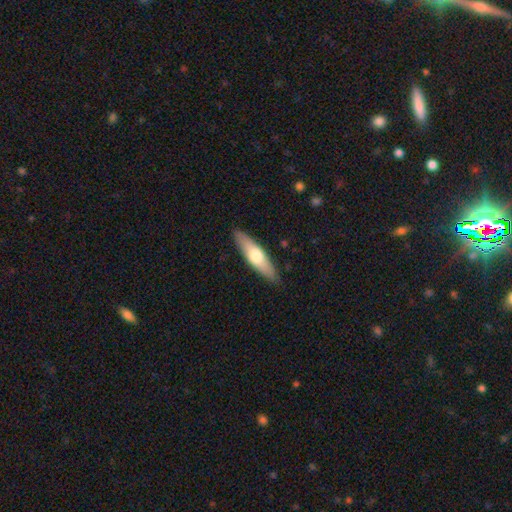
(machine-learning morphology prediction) smooth-or-featured: smooth: 57% | featured or disk: 38% | star or artifact: 5%
  how-rounded: cigar-shaped: 66% | in between: 33% | round: 2%
  merging: none: 88% | minor disturbance: 10% | major disturbance: 2% | merger: 1%